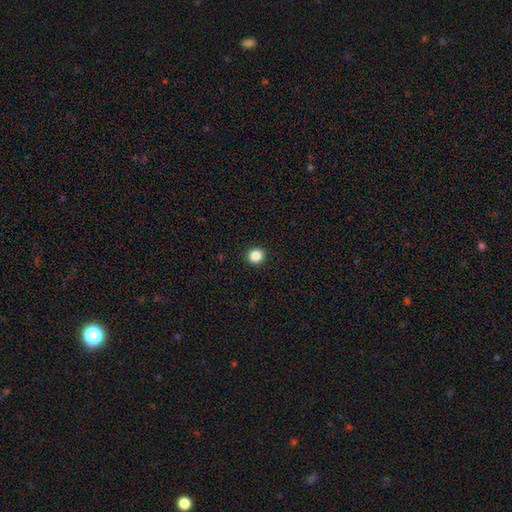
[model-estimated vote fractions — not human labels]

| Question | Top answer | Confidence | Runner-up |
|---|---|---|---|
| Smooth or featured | smooth | 86% | star or artifact (11%) |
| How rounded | round | 88% | in between (11%) |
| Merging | none | 93% | minor disturbance (4%) |